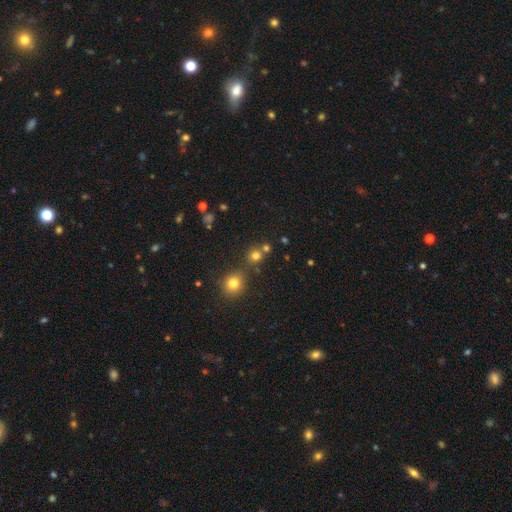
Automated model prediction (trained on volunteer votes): smooth_or_featured: smooth (p=0.74) [alt: star or artifact p=0.19]
how_rounded: round (p=0.89) [alt: in between p=0.10]
merging: none (p=0.69) [alt: merger p=0.20]